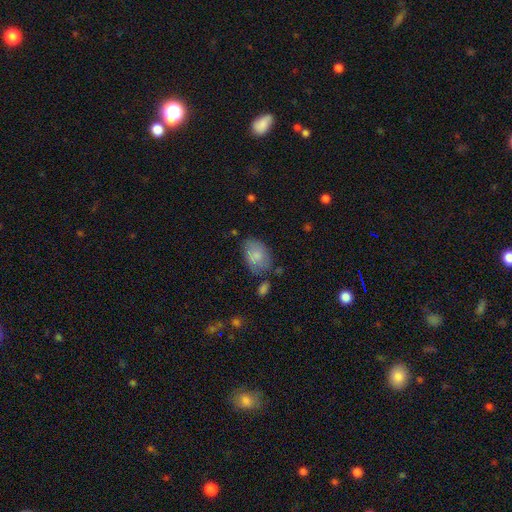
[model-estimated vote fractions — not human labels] This appears to be a smooth galaxy with no disk features (76%) that is in between round and cigar-shaped (86%). Merging: none (57%).